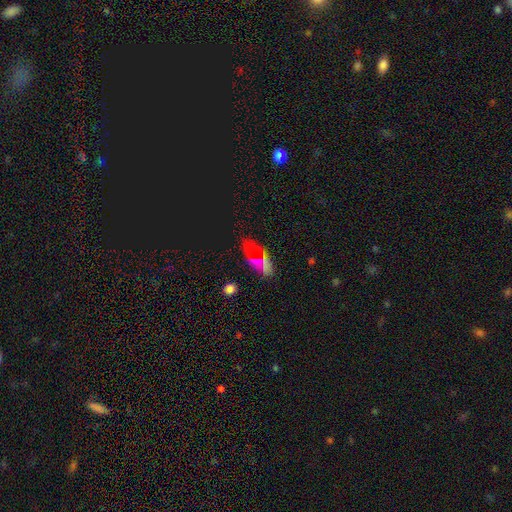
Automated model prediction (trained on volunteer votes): Smooth or featured: smooth — 47% (star or artifact — 36%)
Merging: none — 70% (minor disturbance — 16%)